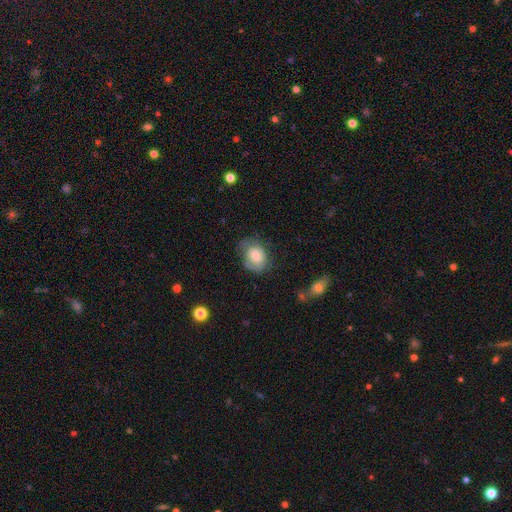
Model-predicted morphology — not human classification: Overall: smooth (65%; featured or disk 27%). How rounded: in between (53%; round 46%). Merging: none (50%; minor disturbance 31%).